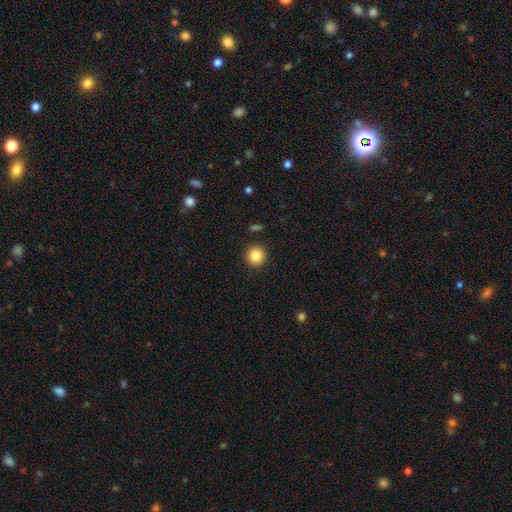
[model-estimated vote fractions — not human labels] Smooth or featured: smooth — 85% (star or artifact — 10%)
How rounded: round — 94% (in between — 5%)
Merging: none — 92% (minor disturbance — 5%)